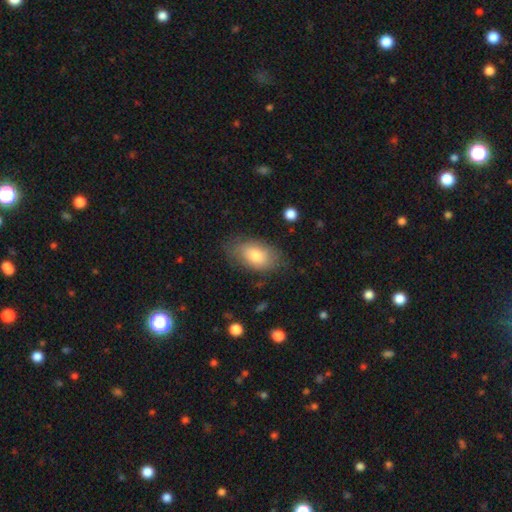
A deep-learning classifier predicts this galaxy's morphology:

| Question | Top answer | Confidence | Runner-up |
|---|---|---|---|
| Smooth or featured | smooth | 75% | featured or disk (18%) |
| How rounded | in between | 91% | round (7%) |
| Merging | none | 73% | minor disturbance (19%) |